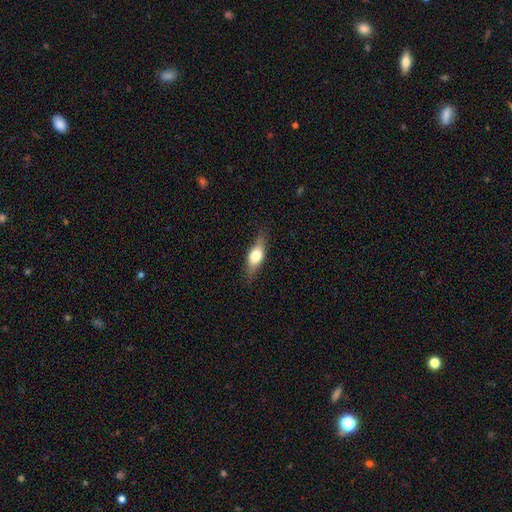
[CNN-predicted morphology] smooth 57%, featured or disk 36%, star or artifact 7%. Down the decision tree: how rounded — in between (66%); merging — none (79%).